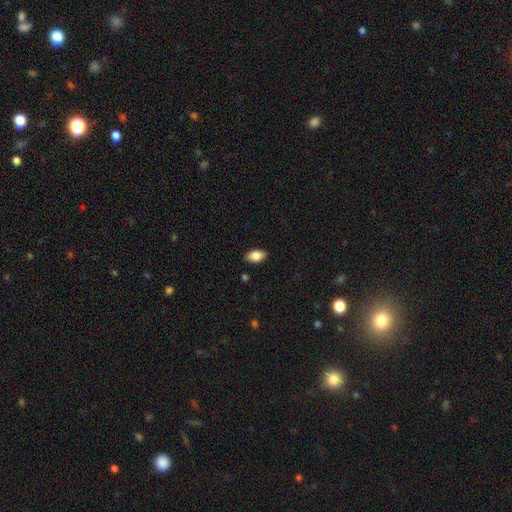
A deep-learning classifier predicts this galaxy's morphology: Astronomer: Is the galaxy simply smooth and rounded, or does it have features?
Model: smooth — 84%.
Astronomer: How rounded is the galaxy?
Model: in between — 92%.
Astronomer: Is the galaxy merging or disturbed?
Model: none — 87%.